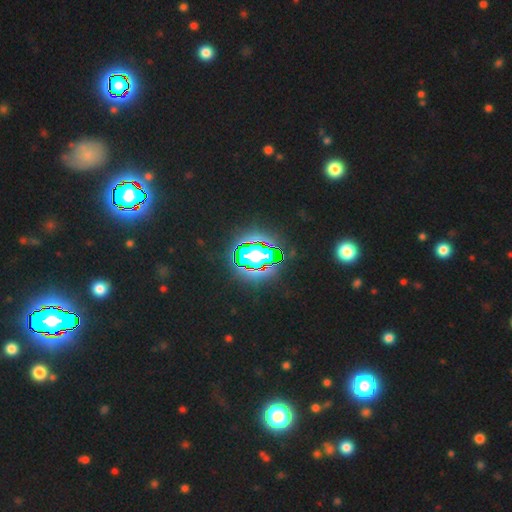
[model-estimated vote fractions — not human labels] The model was most divided on "smooth or featured": star or artifact: 72%, smooth: 16%, featured or disk: 12%.